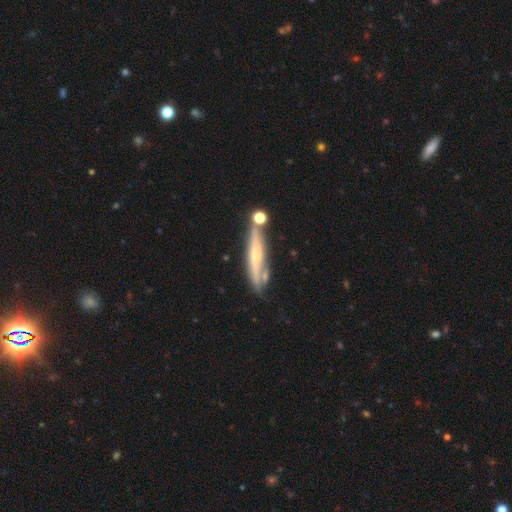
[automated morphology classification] smooth_or_featured: featured or disk (p=0.58) [alt: smooth p=0.34]
disk_edge_on: yes (p=0.84) [alt: no p=0.16]
merging: none (p=0.62) [alt: minor disturbance p=0.18]